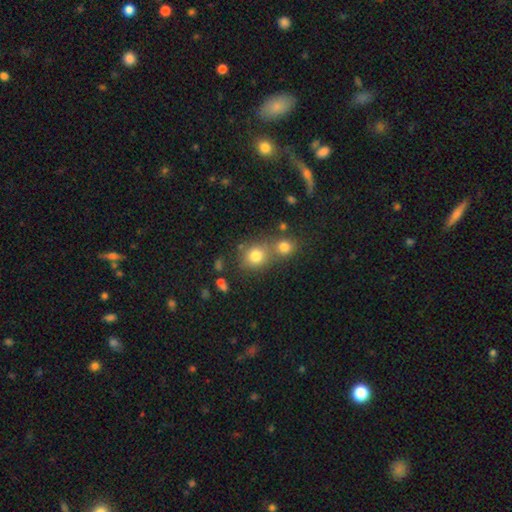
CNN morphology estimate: Smooth or featured? Predicted: smooth (p=0.78). How rounded? Predicted: round (p=0.80). Merging? Predicted: none (p=0.50).